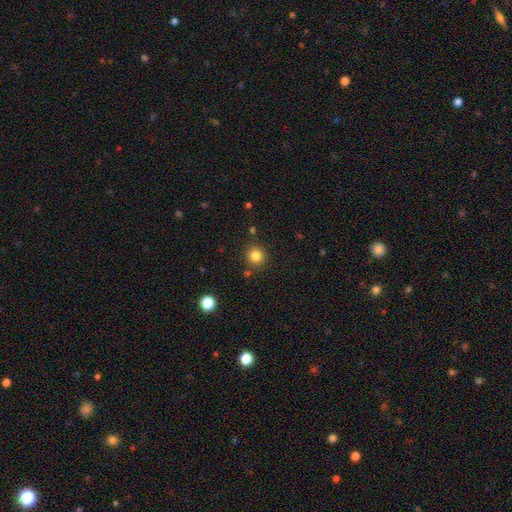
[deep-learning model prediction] This is clearly a smooth galaxy (82%). How rounded: clearly round (92%). Merging: clearly none (85%).